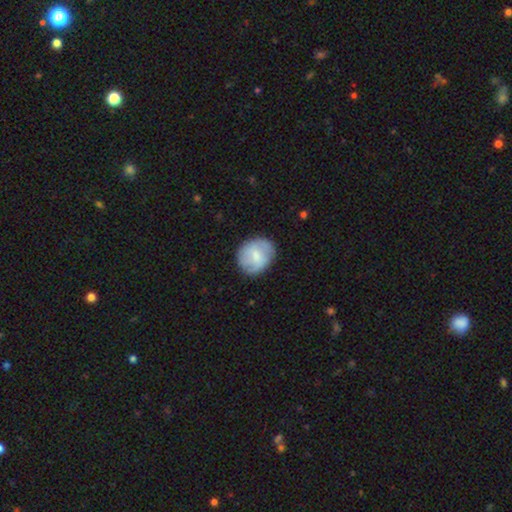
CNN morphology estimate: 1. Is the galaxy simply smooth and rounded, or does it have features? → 60% smooth, 34% featured or disk, 6% star or artifact.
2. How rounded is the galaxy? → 71% round, 28% in between, 1% cigar-shaped.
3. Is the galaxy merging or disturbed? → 77% none, 17% minor disturbance, 5% major disturbance, 1% merger.